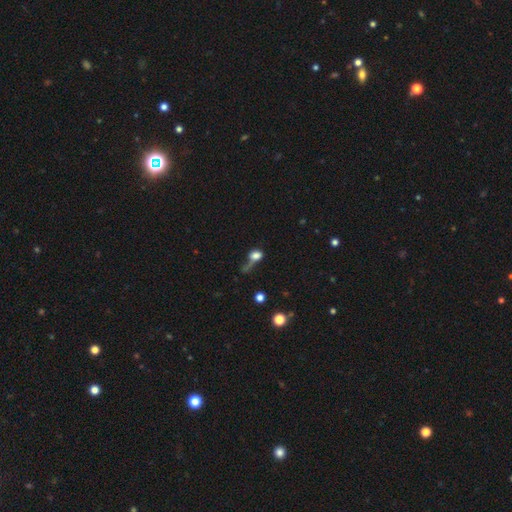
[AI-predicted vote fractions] smooth 69%, featured or disk 17%, star or artifact 14%. Down the decision tree: how rounded — in between (50%); merging — major disturbance (36%).